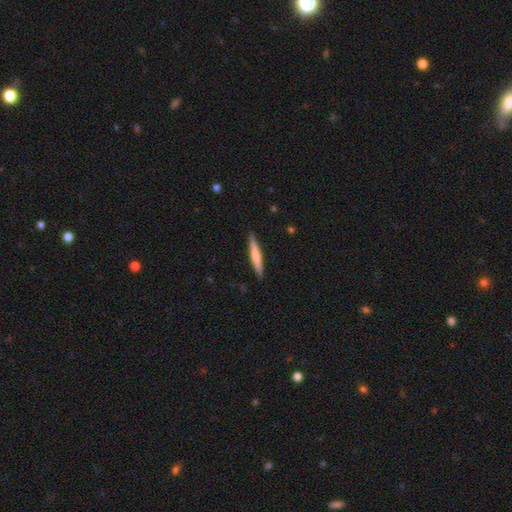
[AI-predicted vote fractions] This is likely a smooth galaxy (61%). How rounded: clearly cigar-shaped (94%). Merging: clearly none (90%).